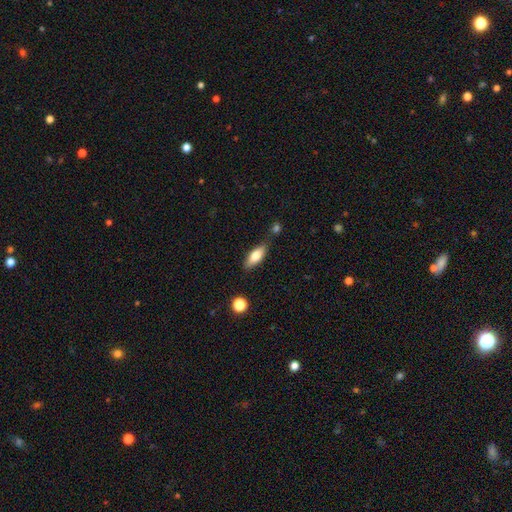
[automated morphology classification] Smooth or featured? Predicted: smooth (p=0.72). How rounded? Predicted: in between (p=0.70). Merging? Predicted: none (p=0.76).